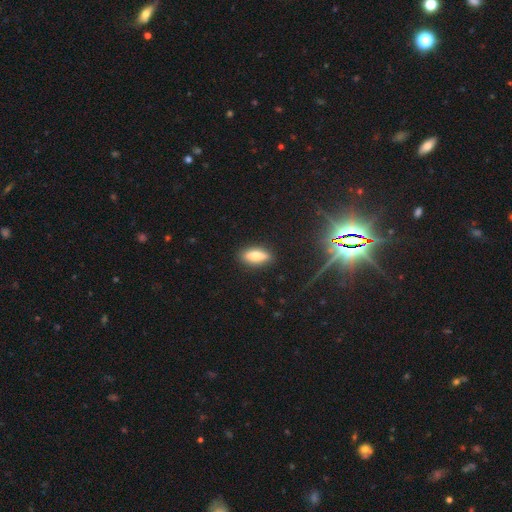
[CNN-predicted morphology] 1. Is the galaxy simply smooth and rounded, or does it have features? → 67% smooth, 24% featured or disk, 9% star or artifact.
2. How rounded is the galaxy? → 68% in between, 28% cigar-shaped, 4% round.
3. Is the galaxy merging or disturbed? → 87% none, 9% minor disturbance, 2% major disturbance, 1% merger.